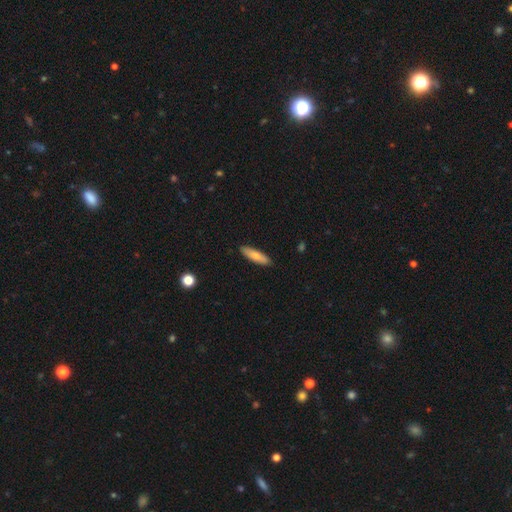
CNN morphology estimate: A smooth galaxy with no disk features (77%) that is cigar-shaped (66%). Merging: none (89%).